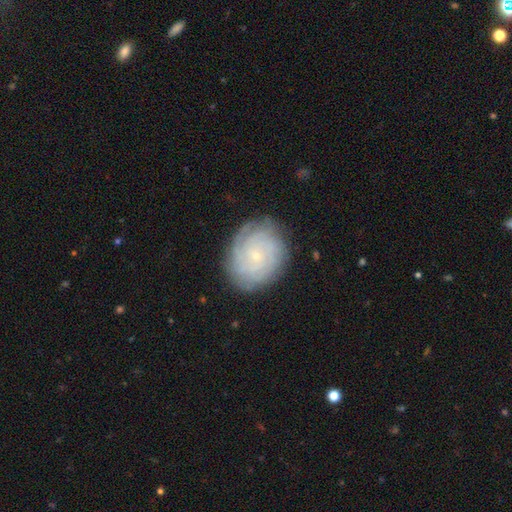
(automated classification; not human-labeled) Smooth or featured? Predicted: featured or disk (p=0.70). Edge-on disk? Predicted: no (p=0.97). Bar? Predicted: no (p=0.82). Spiral arms? Predicted: yes (p=0.93). Spiral winding? Predicted: tight (p=0.80). Spiral arm count? Predicted: can't tell (p=0.42). Bulge size? Predicted: small (p=0.85). Merging? Predicted: none (p=0.82).